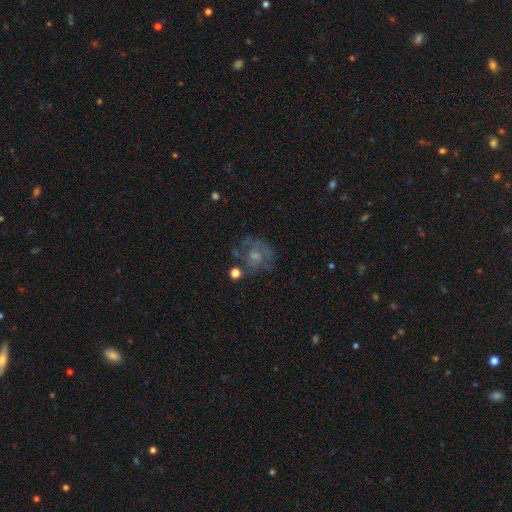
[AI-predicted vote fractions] smooth_or_featured: featured or disk (p=0.51) [alt: smooth p=0.37]
disk_edge_on: no (p=0.98) [alt: yes p=0.02]
merging: none (p=0.49) [alt: minor disturbance p=0.22]